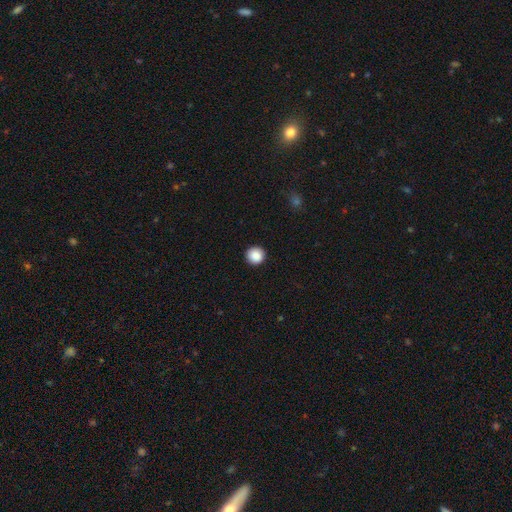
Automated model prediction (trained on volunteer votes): smooth-or-featured: smooth: 88% | star or artifact: 9% | featured or disk: 3%
  how-rounded: round: 95% | in between: 4% | cigar-shaped: 1%
  merging: none: 93% | minor disturbance: 4% | major disturbance: 2% | merger: 1%